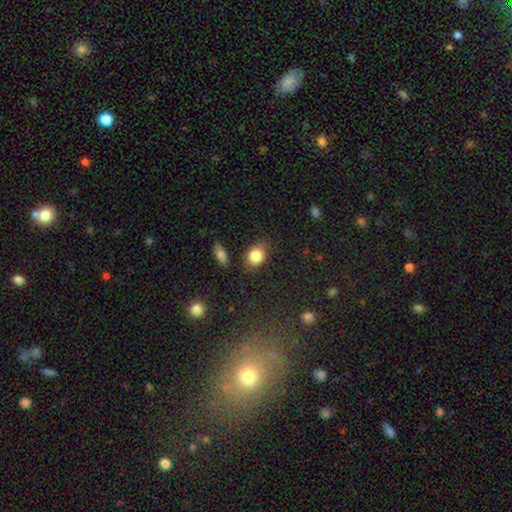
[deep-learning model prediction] smooth_or_featured: smooth (p=0.84) [alt: star or artifact p=0.09]
how_rounded: in between (p=0.56) [alt: round p=0.42]
merging: none (p=0.75) [alt: minor disturbance p=0.18]